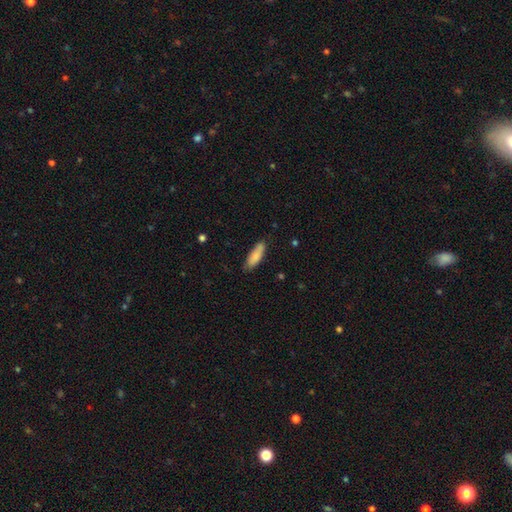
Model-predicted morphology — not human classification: Smooth or featured?
  - smooth: 82% *
  - featured or disk: 12%
  - star or artifact: 6%
How rounded?
  - in between: 57% *
  - cigar-shaped: 41%
  - round: 2%
Merging?
  - none: 77% *
  - minor disturbance: 19%
  - major disturbance: 3%
  - merger: 2%